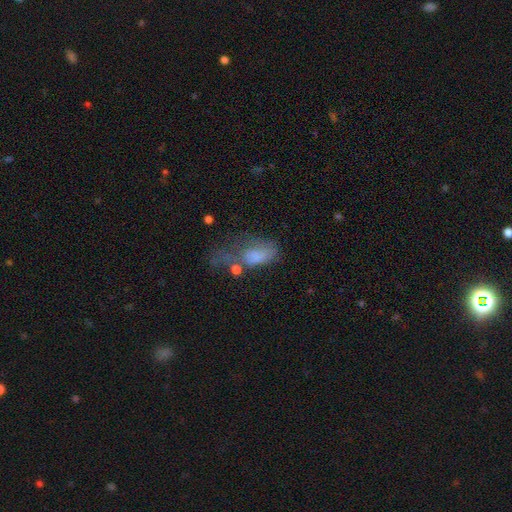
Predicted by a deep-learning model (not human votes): A smooth galaxy with no disk features (61%) that is in between round and cigar-shaped (87%). Merging: major disturbance (49%).